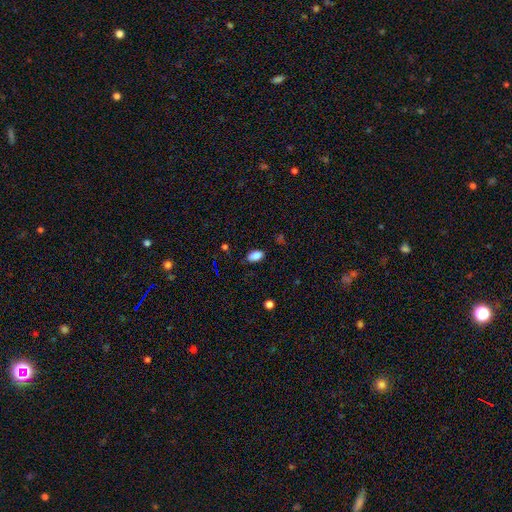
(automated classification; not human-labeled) The model was most divided on "merging": none: 83%, minor disturbance: 13%, major disturbance: 3%, merger: 1%. More confident: how rounded — in between (92%); smooth or featured — smooth (86%).